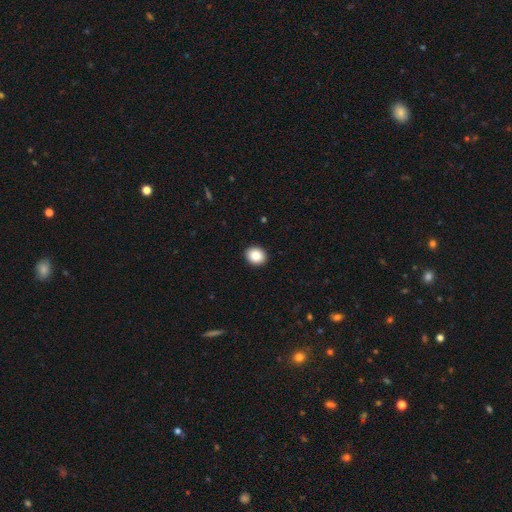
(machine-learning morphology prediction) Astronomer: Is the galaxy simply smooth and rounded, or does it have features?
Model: smooth — 84%.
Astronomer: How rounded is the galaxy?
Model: round — 66%.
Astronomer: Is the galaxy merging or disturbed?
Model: none — 92%.